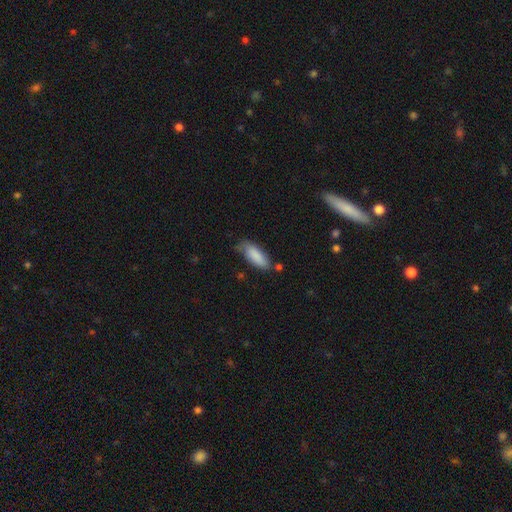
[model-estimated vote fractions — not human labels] The model was most divided on "merging": none: 57%, minor disturbance: 31%, major disturbance: 6%, merger: 6%. More confident: smooth or featured — smooth (85%); how rounded — in between (74%).